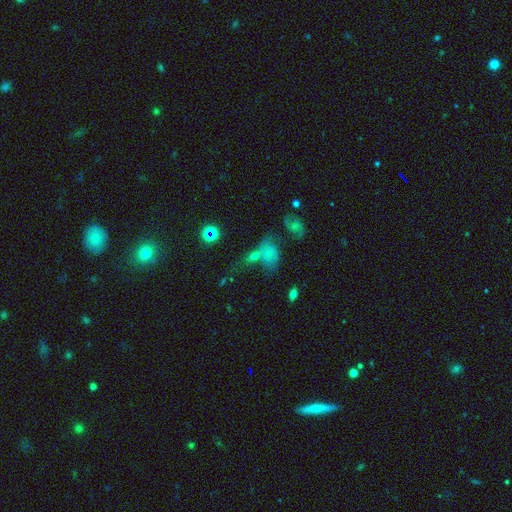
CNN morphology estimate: The model was most divided on "merging": none: 39%, merger: 33%, minor disturbance: 15%, major disturbance: 13%. Remaining: smooth or featured — smooth (43%).